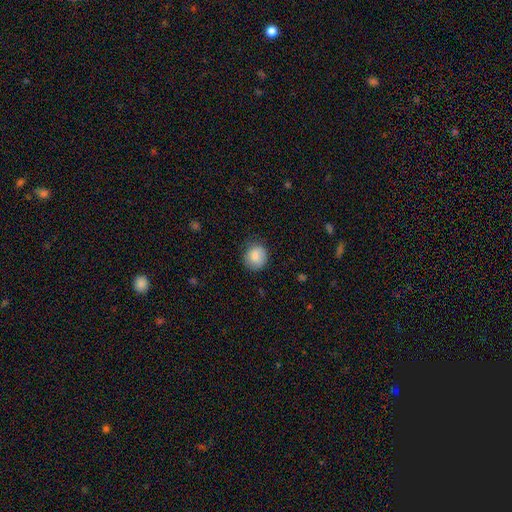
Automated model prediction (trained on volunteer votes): A smooth galaxy with no disk features (85%) that is round (83%). Merging: none (78%).